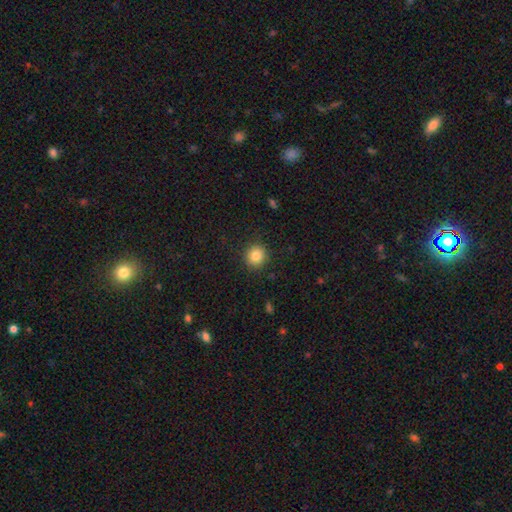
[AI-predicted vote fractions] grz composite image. It shows a smooth galaxy with no disk features (84%) that is round (92%). Merging: none (90%).